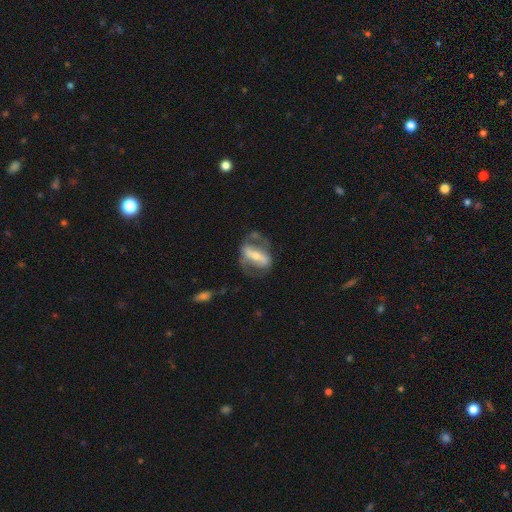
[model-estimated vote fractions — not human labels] The model was most divided on "bulge size": small: 45%, moderate: 44%, large: 6%, none: 4%, dominant: 2%. Remaining: edge-on disk — no (88%); smooth or featured — featured or disk (70%); bar — strong (65%); spiral arms — yes (56%); merging — none (48%).